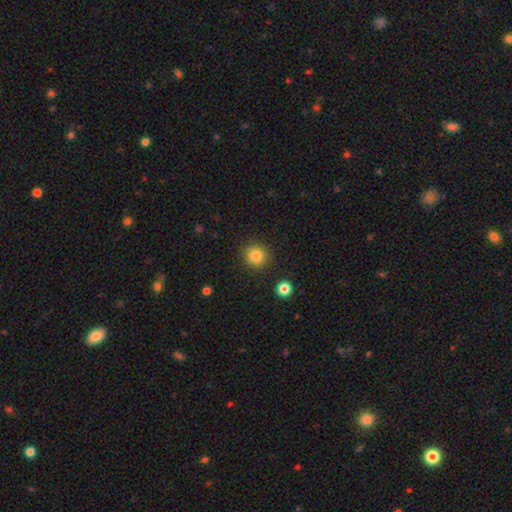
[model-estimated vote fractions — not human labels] Overall: smooth (83%). How rounded: round (92%). Merging: none (90%).